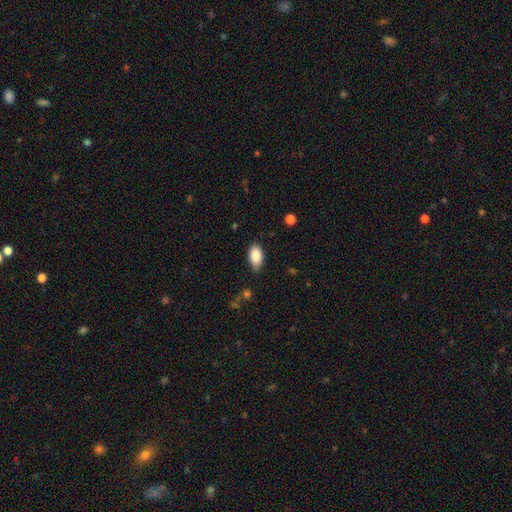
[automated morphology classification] The model was most divided on "merging": none: 79%, minor disturbance: 17%, major disturbance: 3%, merger: 1%. More confident: how rounded — in between (93%); smooth or featured — smooth (88%).